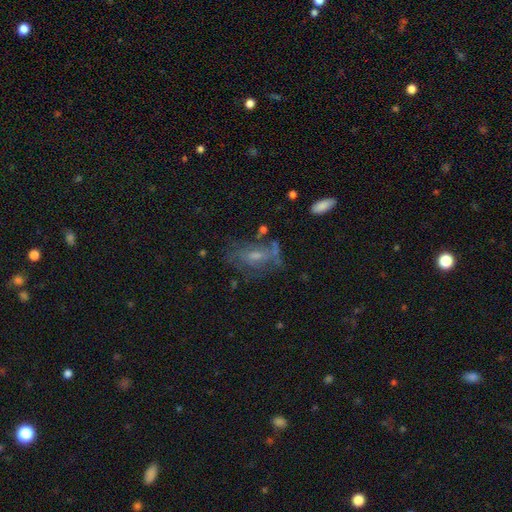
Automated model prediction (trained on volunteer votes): Q: Smooth or featured?
A: featured or disk (55%); runner-up: smooth (30%)
Q: Edge-on disk?
A: no (89%); runner-up: yes (11%)
Q: Merging?
A: none (53%); runner-up: minor disturbance (22%)